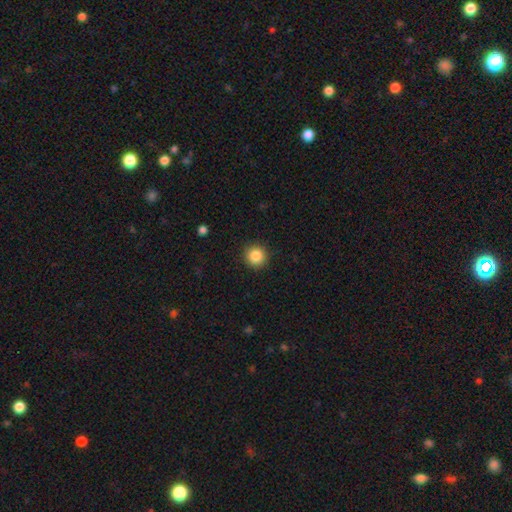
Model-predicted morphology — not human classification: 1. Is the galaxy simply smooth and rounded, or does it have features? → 86% smooth, 10% star or artifact, 4% featured or disk.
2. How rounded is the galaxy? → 94% round, 5% in between, 1% cigar-shaped.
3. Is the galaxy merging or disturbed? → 91% none, 6% minor disturbance, 2% major disturbance, 1% merger.